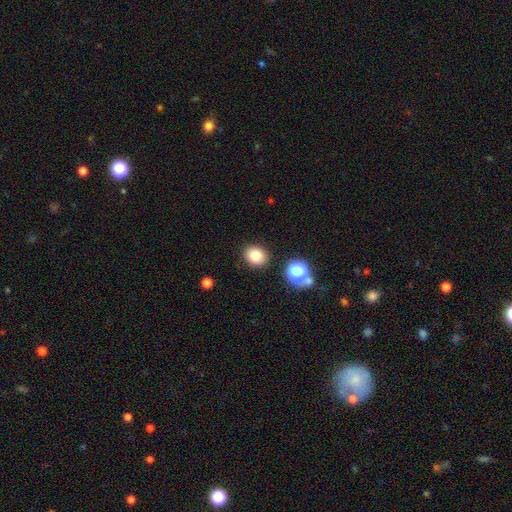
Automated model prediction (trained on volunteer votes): This appears to be a smooth galaxy with no disk features (81%) that is round (63%). Merging: none (87%).